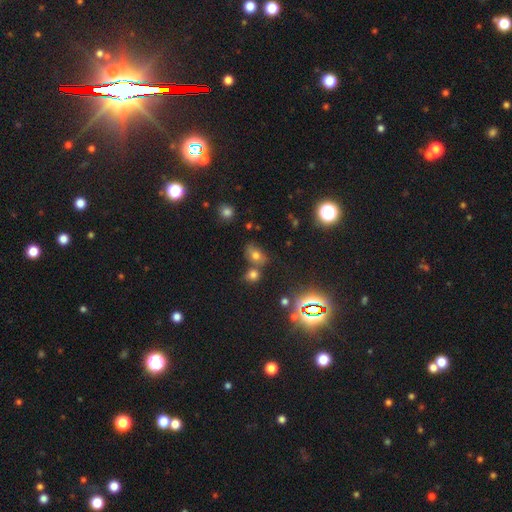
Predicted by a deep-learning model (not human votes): smooth_or_featured: smooth (p=0.64) [alt: star or artifact p=0.23]
how_rounded: in between (p=0.69) [alt: round p=0.28]
merging: none (p=0.53) [alt: merger p=0.27]